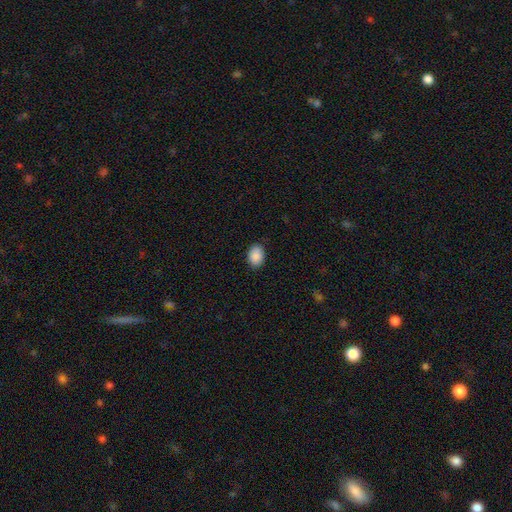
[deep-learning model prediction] smooth_or_featured: smooth (p=0.90) [alt: star or artifact p=0.07]
how_rounded: in between (p=0.72) [alt: round p=0.27]
merging: none (p=0.86) [alt: minor disturbance p=0.11]